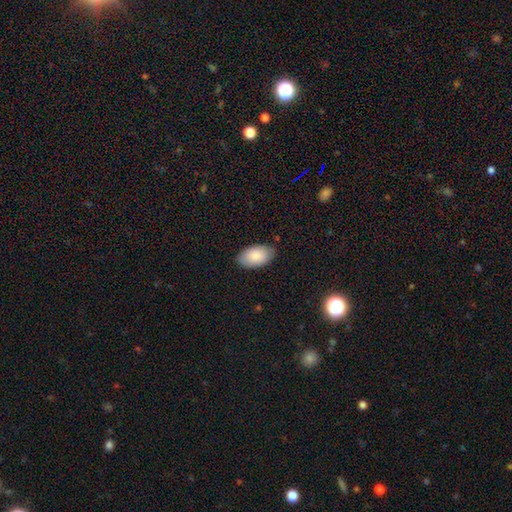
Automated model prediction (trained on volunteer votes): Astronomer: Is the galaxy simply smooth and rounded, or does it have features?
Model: smooth — 86%.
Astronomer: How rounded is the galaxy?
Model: in between — 95%.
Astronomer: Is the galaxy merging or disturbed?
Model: none — 84%.